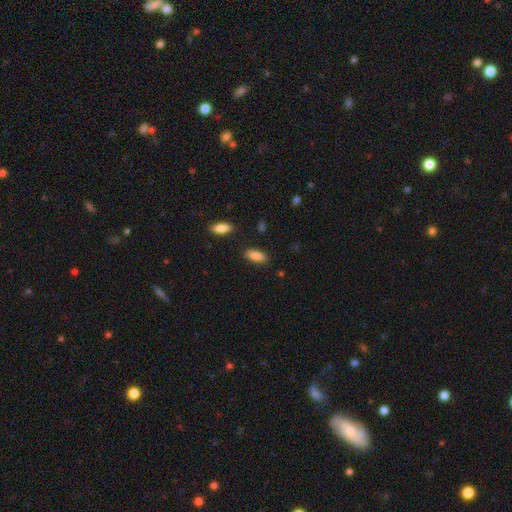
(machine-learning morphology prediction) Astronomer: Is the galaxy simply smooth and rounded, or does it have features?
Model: smooth — 86%.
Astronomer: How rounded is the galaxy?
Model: in between — 79%.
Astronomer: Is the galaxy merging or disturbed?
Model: none — 86%.